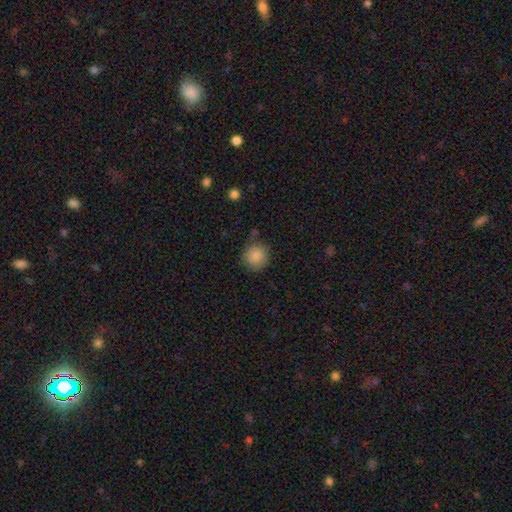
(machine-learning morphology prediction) Smooth or featured? Predicted: smooth (p=0.88). How rounded? Predicted: round (p=0.91). Merging? Predicted: none (p=0.82).